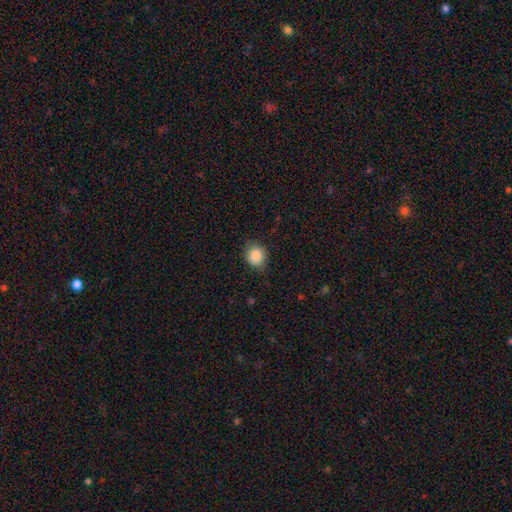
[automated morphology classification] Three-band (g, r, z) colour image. It shows a smooth galaxy with no disk features (87%) that is round (70%). Merging: none (82%).